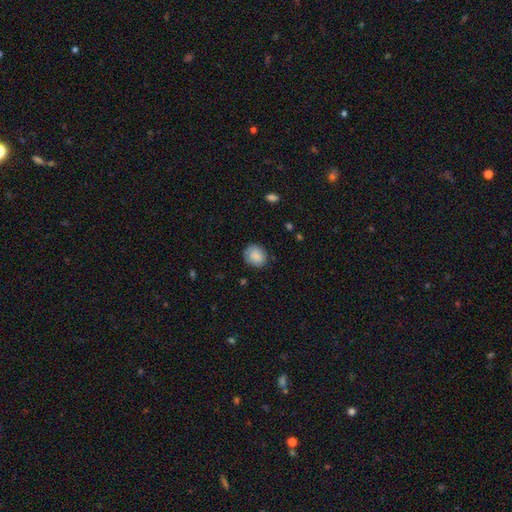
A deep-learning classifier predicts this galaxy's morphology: Overall: smooth (83%). How rounded: round (71%). Merging: none (79%).